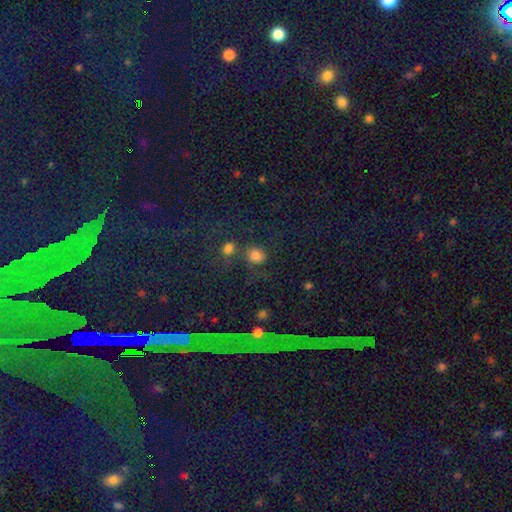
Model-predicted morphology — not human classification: type=smooth (73%); roundness=round (66%); merging=none (49%).